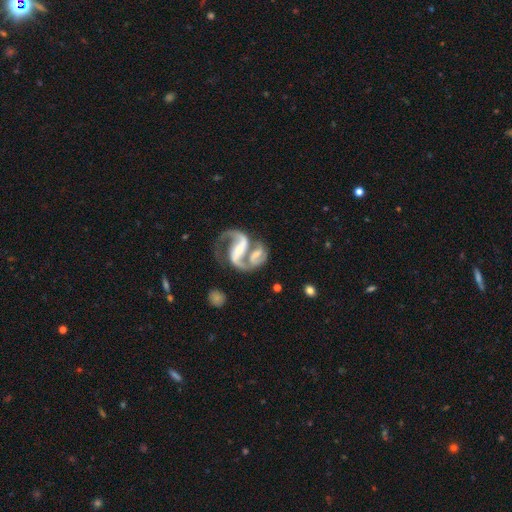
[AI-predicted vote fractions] smooth_or_featured: featured or disk (p=0.89) [alt: smooth p=0.06]
disk_edge_on: no (p=0.97) [alt: yes p=0.03]
bar: strong (p=0.56) [alt: weak p=0.27]
has_spiral_arms: yes (p=0.96) [alt: no p=0.04]
spiral_winding: medium (p=0.52) [alt: loose p=0.35]
spiral_arm_count: 2 (p=0.88) [alt: 1 p=0.04]
bulge_size: small (p=0.53) [alt: moderate p=0.34]
merging: merger (p=0.46) [alt: none p=0.29]